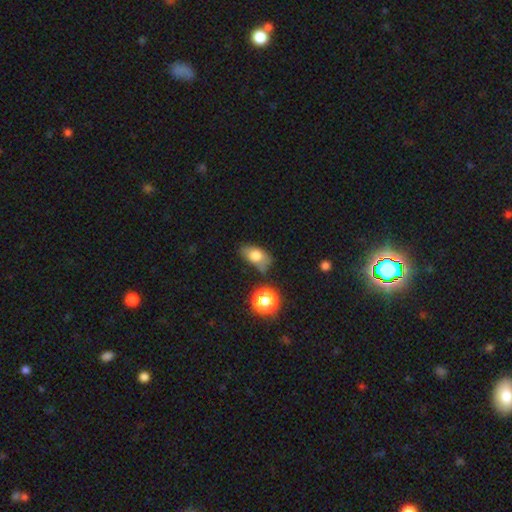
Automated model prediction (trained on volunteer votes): Q: Smooth or featured?
A: smooth (73%); runner-up: featured or disk (16%)
Q: How rounded?
A: in between (85%); runner-up: round (13%)
Q: Merging?
A: none (53%); runner-up: minor disturbance (27%)